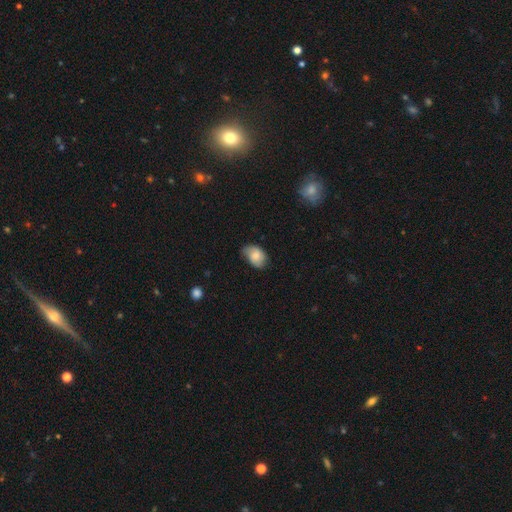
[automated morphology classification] Smooth or featured?
  - smooth: 65% *
  - featured or disk: 28%
  - star or artifact: 8%
How rounded?
  - in between: 78% *
  - round: 21%
  - cigar-shaped: 1%
Merging?
  - none: 57% *
  - minor disturbance: 34%
  - major disturbance: 8%
  - merger: 1%